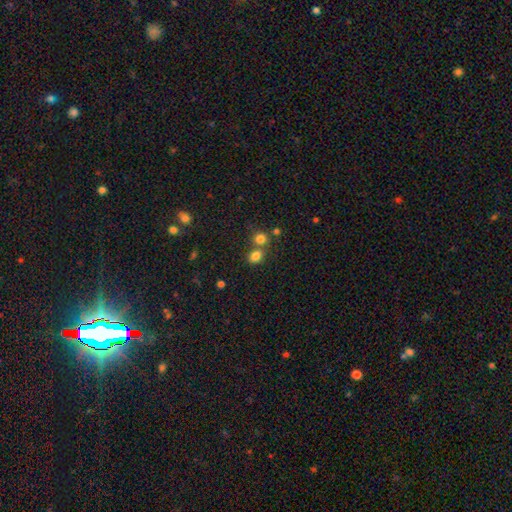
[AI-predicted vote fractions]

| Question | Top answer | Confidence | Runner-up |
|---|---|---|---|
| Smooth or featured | smooth | 80% | star or artifact (14%) |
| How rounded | in between | 65% | round (34%) |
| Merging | none | 52% | merger (34%) |